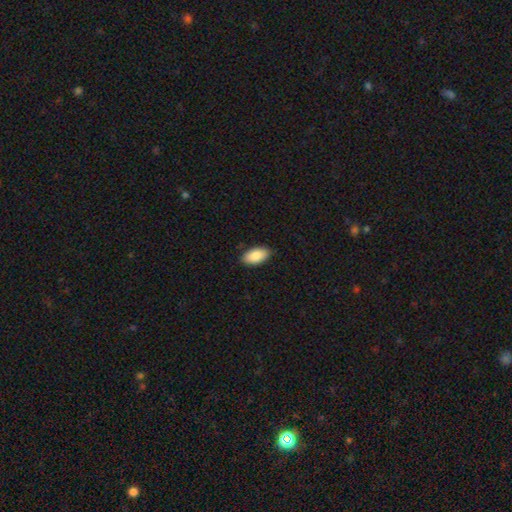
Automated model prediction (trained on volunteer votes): Morphology: type=smooth (88%); roundness=in between (95%); merging=none (87%).